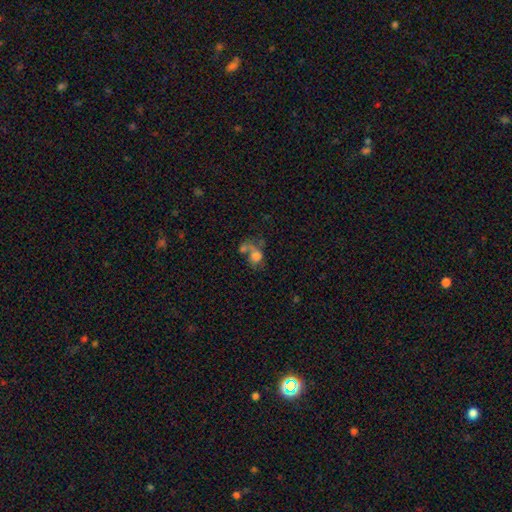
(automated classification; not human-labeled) This is possibly a smooth galaxy (59%). How rounded: possibly round (52%). Merging: possibly merger (45%).